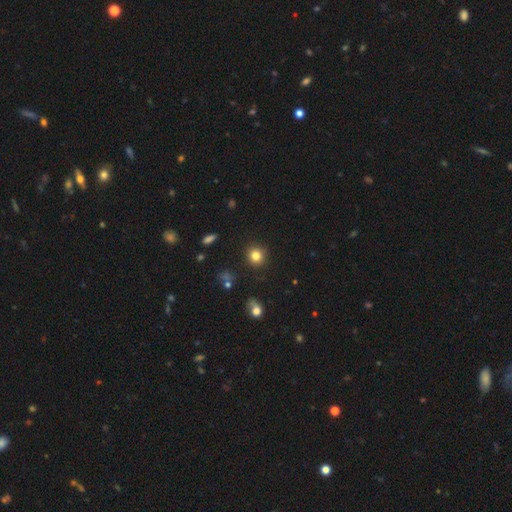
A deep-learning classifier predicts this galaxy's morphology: Q: Smooth or featured?
A: smooth (81%); runner-up: star or artifact (12%)
Q: How rounded?
A: round (90%); runner-up: in between (9%)
Q: Merging?
A: none (89%); runner-up: minor disturbance (7%)